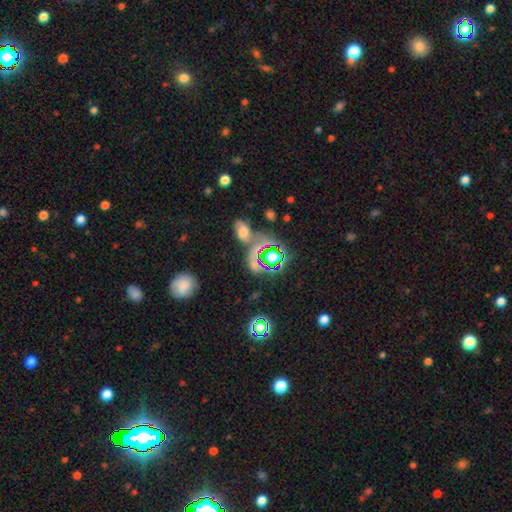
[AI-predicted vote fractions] Smooth or featured? Predicted: star or artifact (p=0.52).